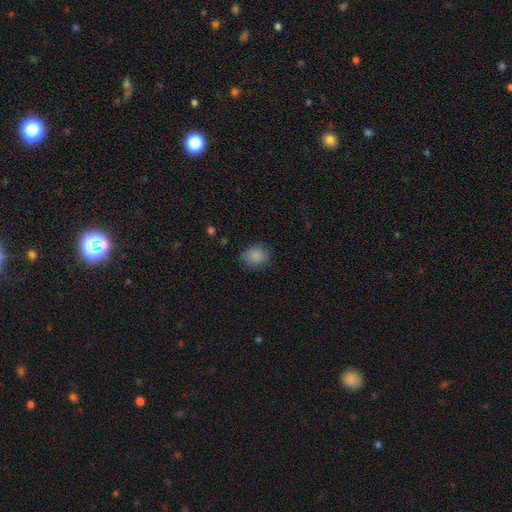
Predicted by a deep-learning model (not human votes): Q: Smooth or featured?
A: smooth (86%); runner-up: star or artifact (9%)
Q: How rounded?
A: round (62%); runner-up: in between (37%)
Q: Merging?
A: none (77%); runner-up: minor disturbance (17%)